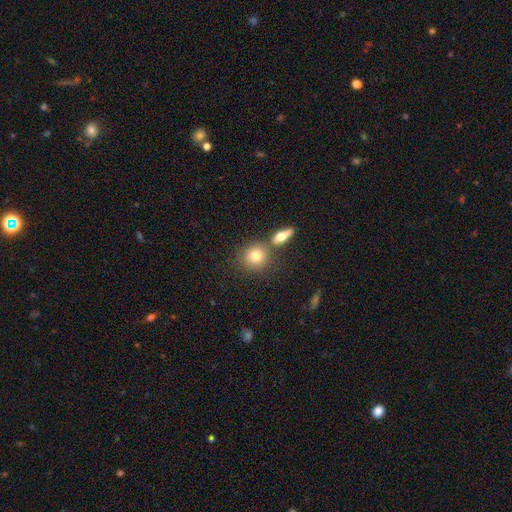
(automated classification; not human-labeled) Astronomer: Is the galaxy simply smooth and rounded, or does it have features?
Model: smooth — 78%.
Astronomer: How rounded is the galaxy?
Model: round — 83%.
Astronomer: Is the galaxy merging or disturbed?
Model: none — 66%.